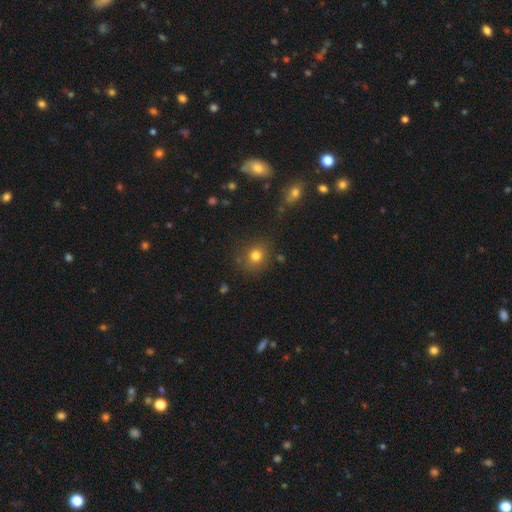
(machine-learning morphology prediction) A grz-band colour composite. It shows a smooth galaxy with no disk features (78%) that is round (80%). Merging: none (81%).